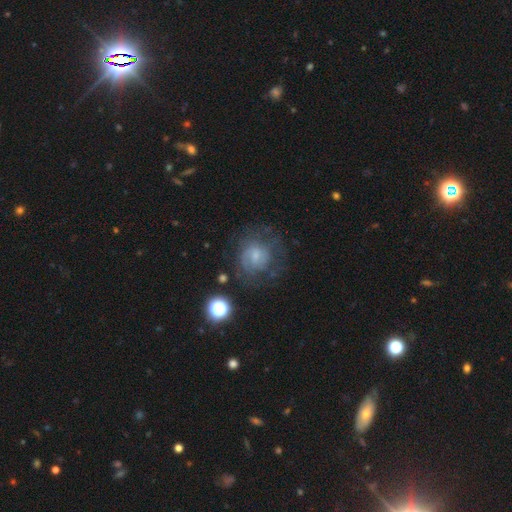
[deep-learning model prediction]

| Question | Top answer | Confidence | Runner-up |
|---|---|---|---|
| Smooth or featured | featured or disk | 57% | smooth (30%) |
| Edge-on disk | no | 98% | yes (2%) |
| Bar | no | 59% | weak (36%) |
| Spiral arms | yes | 77% | no (23%) |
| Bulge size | small | 44% | moderate (28%) |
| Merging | none | 58% | minor disturbance (20%) |